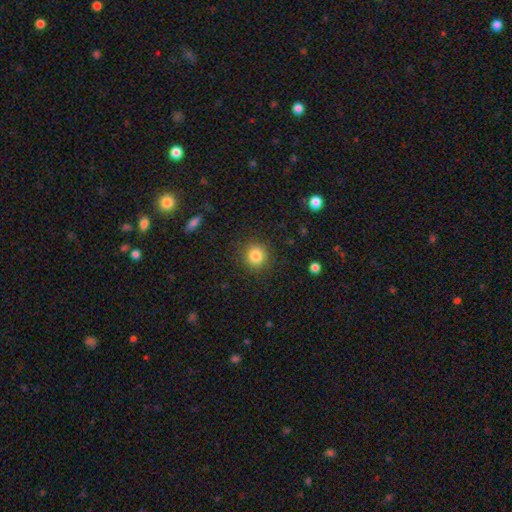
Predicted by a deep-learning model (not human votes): This appears to be a smooth galaxy with no disk features (83%) that is round (92%). Merging: none (88%).